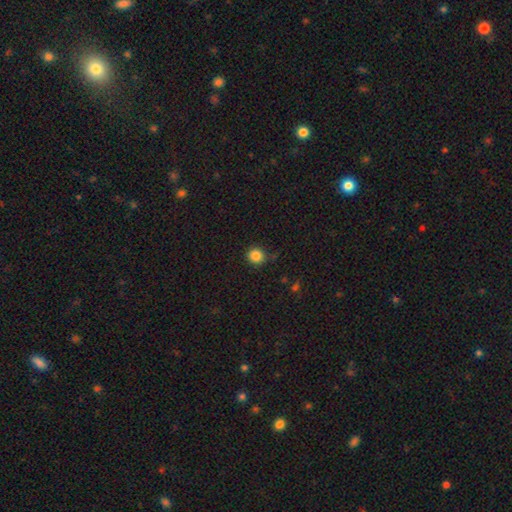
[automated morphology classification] Smooth or featured? smooth (85%)
How rounded? round (92%)
Merging? none (86%)